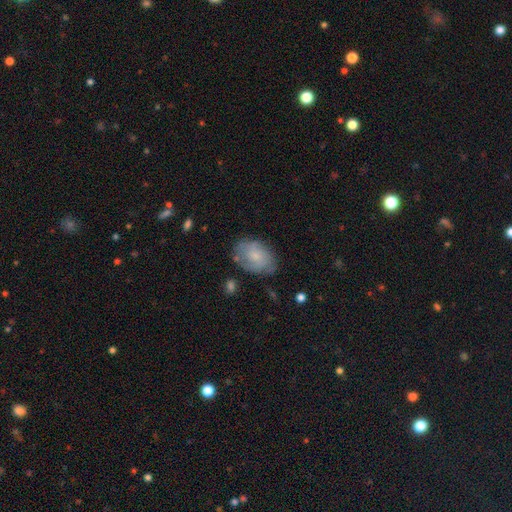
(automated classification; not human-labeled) A smooth galaxy with no disk features (57%) that is in between round and cigar-shaped (80%). Merging: none (66%).